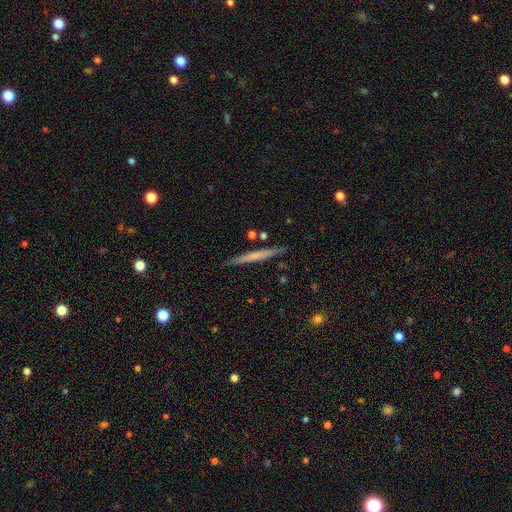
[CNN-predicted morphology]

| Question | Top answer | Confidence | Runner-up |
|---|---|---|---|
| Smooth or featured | smooth | 51% | featured or disk (43%) |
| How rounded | cigar-shaped | 97% | in between (2%) |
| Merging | none | 89% | minor disturbance (8%) |